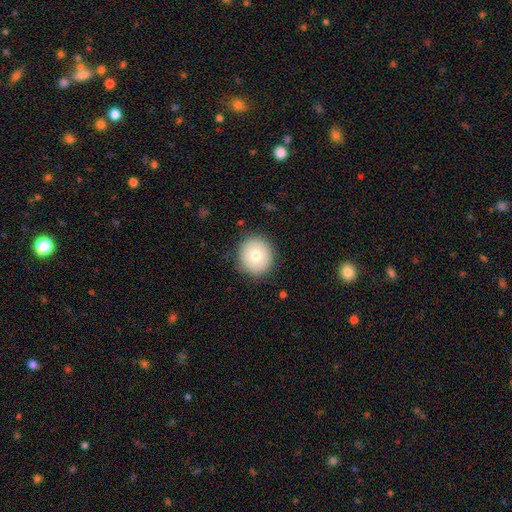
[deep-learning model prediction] Smooth or featured?
  - smooth: 73% *
  - featured or disk: 18%
  - star or artifact: 9%
How rounded?
  - round: 89% *
  - in between: 10%
  - cigar-shaped: 1%
Merging?
  - none: 87% *
  - minor disturbance: 9%
  - major disturbance: 3%
  - merger: 1%